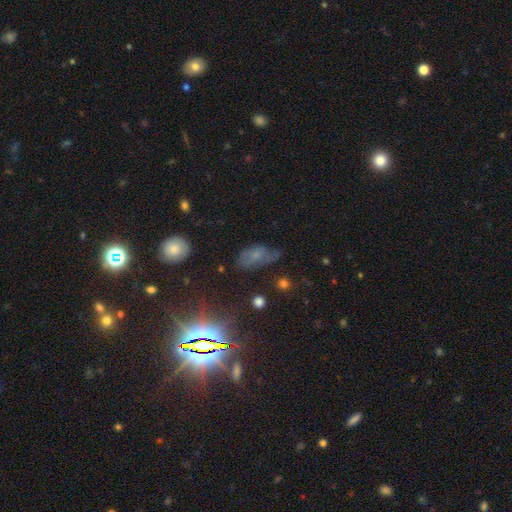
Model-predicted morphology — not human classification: smooth 48%, featured or disk 29%, star or artifact 23%. Down the decision tree: merging — none (44%).